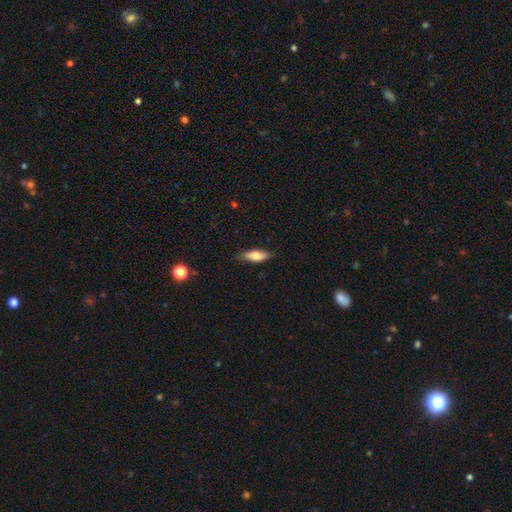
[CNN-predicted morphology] Smooth or featured? smooth (71%)
How rounded? in between (62%)
Merging? none (83%)